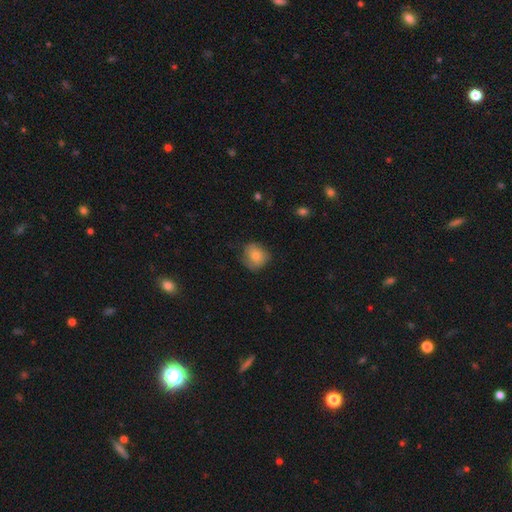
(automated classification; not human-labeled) This appears to be a smooth galaxy with no disk features (78%) that is round (76%). Merging: none (67%).